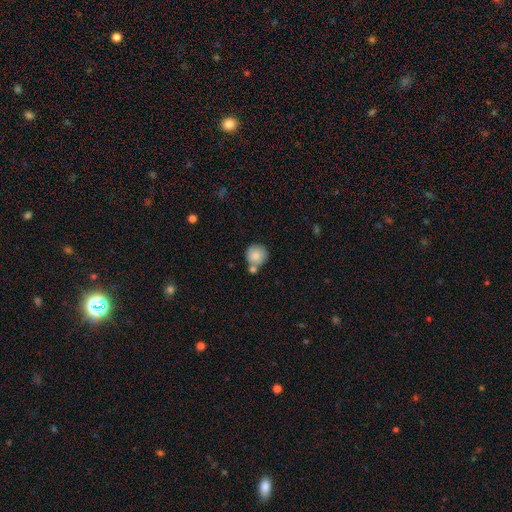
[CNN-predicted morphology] Overall: smooth (83%). How rounded: round (92%). Merging: none (59%; merger 24%).